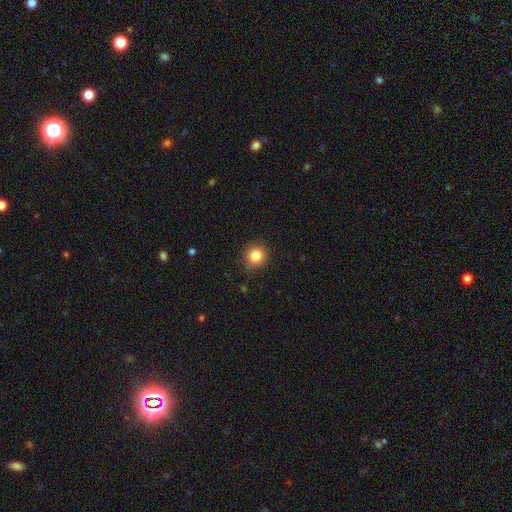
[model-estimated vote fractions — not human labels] smooth-or-featured: smooth: 84% | star or artifact: 11% | featured or disk: 5%
  how-rounded: round: 92% | in between: 7% | cigar-shaped: 1%
  merging: none: 87% | minor disturbance: 10% | major disturbance: 2% | merger: 1%